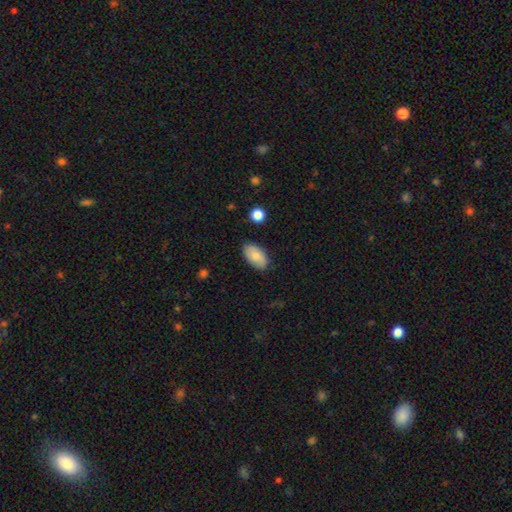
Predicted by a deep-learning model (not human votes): Smooth or featured? smooth (81%)
How rounded? in between (94%)
Merging? none (83%)